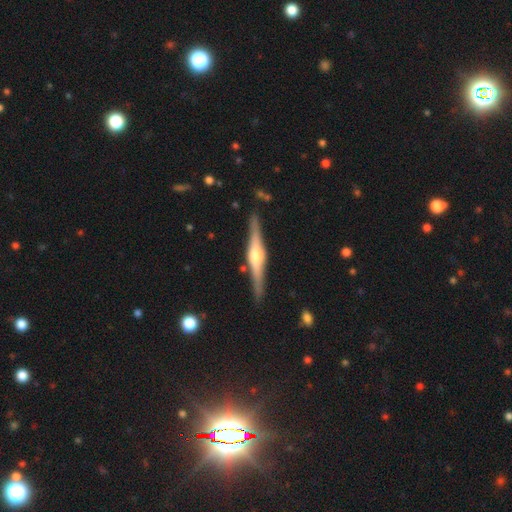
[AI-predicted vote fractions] The model was most divided on "smooth or featured": featured or disk: 79%, smooth: 16%, star or artifact: 5%. More confident: edge-on disk — yes (98%); merging — none (88%); edge-on bulge — rounded (85%).